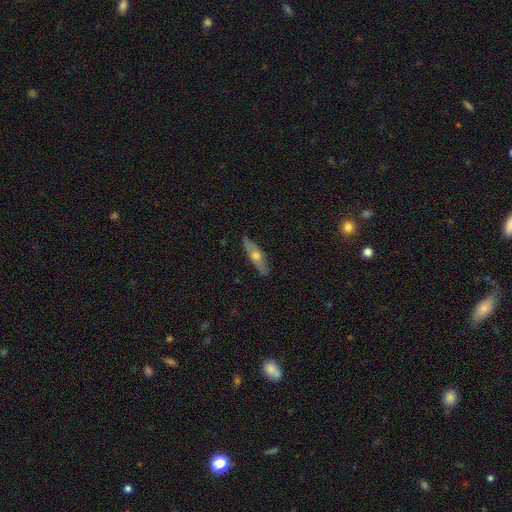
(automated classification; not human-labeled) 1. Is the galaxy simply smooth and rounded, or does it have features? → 49% featured or disk, 45% smooth, 6% star or artifact.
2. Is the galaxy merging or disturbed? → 87% none, 10% minor disturbance, 2% major disturbance, 1% merger.